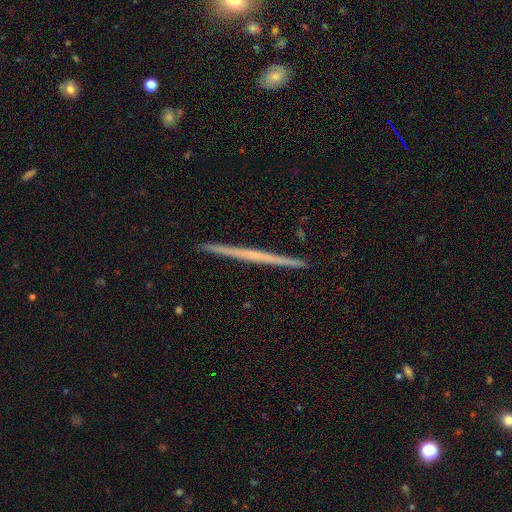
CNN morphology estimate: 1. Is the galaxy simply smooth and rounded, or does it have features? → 62% featured or disk, 32% smooth, 6% star or artifact.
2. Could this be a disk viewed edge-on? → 98% yes, 2% no.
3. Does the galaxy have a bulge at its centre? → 86% none, 11% rounded, 4% boxy.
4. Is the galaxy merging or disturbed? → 93% none, 5% minor disturbance, 1% merger, 1% major disturbance.